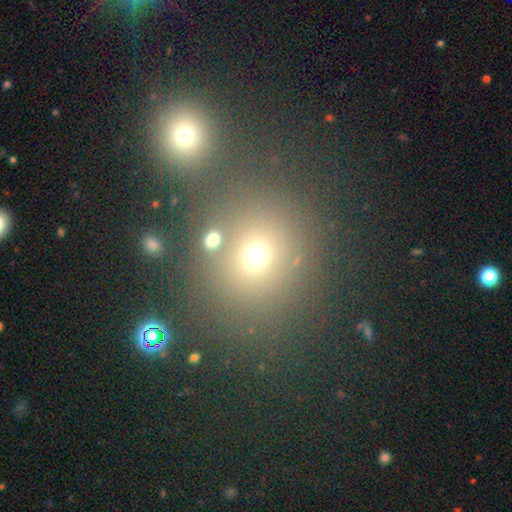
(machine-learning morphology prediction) Smooth or featured: smooth — 65% (star or artifact — 25%)
How rounded: round — 85% (in between — 14%)
Merging: none — 70% (merger — 16%)